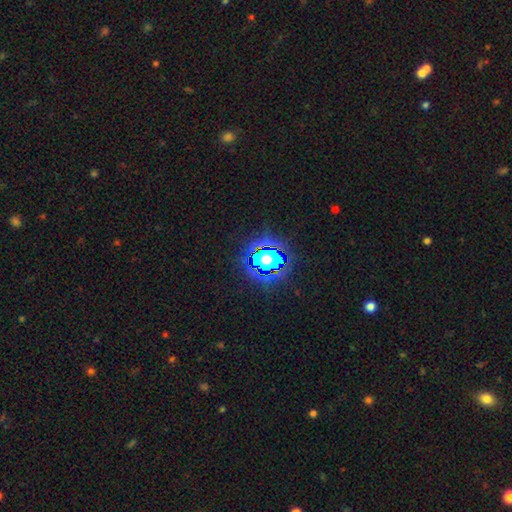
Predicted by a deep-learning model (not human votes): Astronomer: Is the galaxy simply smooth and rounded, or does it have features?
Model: star or artifact — 79%.